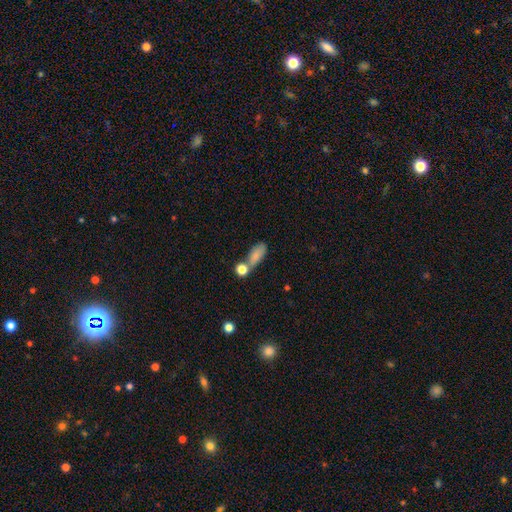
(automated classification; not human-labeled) Smooth or featured? Predicted: smooth (p=0.80). How rounded? Predicted: in between (p=0.76). Merging? Predicted: none (p=0.47).